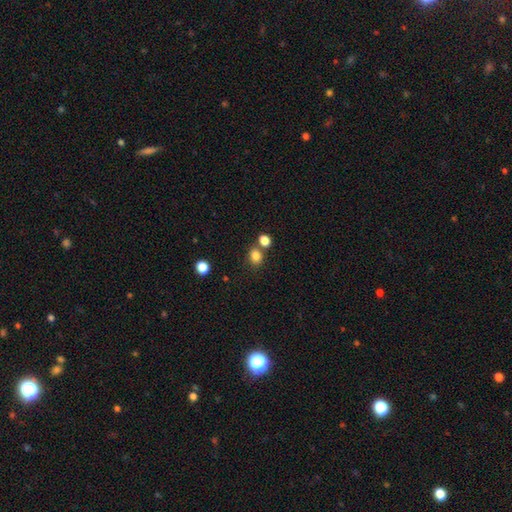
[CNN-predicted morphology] Overall: smooth (82%). How rounded: round (61%; in between 38%). Merging: none (63%; merger 23%).